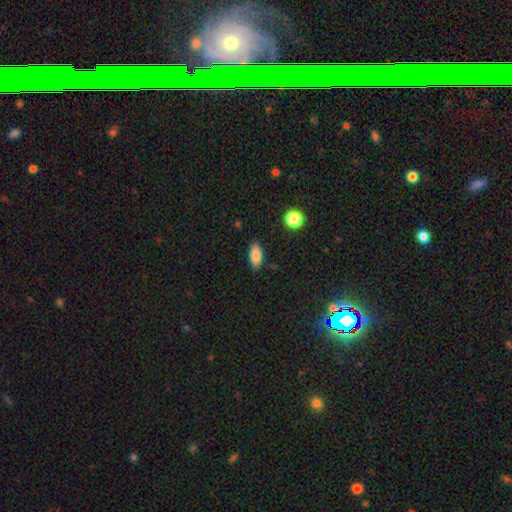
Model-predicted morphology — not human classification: Smooth or featured? Predicted: smooth (p=0.84). How rounded? Predicted: in between (p=0.87). Merging? Predicted: none (p=0.87).